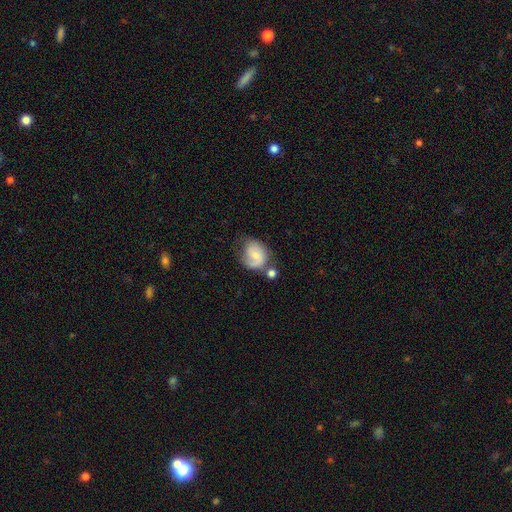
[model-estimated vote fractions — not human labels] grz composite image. It shows a featured or disk galaxy (48%). Merging: none (45%).